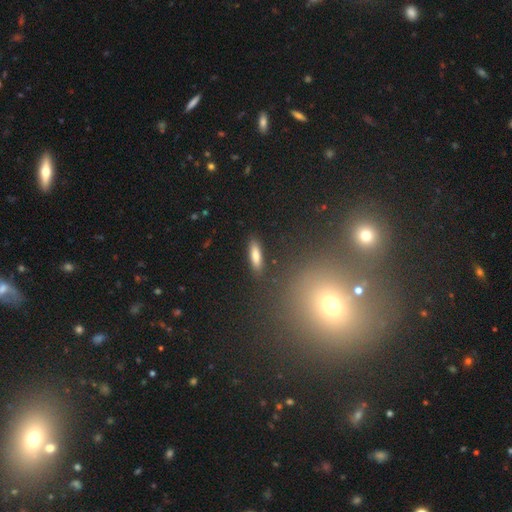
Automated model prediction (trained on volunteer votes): Smooth or featured: smooth — 81% (featured or disk — 12%)
How rounded: cigar-shaped — 56% (in between — 42%)
Merging: none — 87% (minor disturbance — 9%)